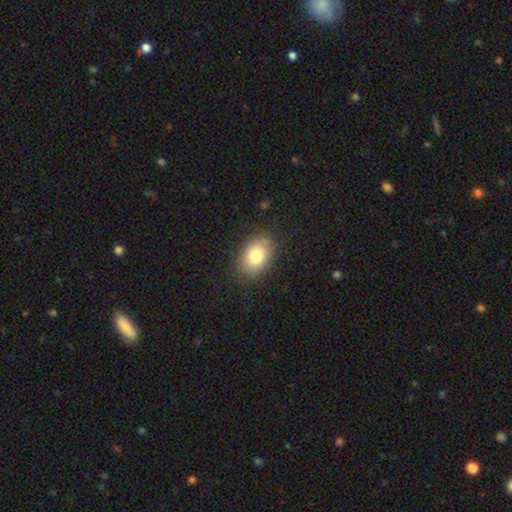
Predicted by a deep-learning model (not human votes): This appears to be a smooth galaxy with no disk features (79%) that is in between round and cigar-shaped (82%). Merging: none (85%).